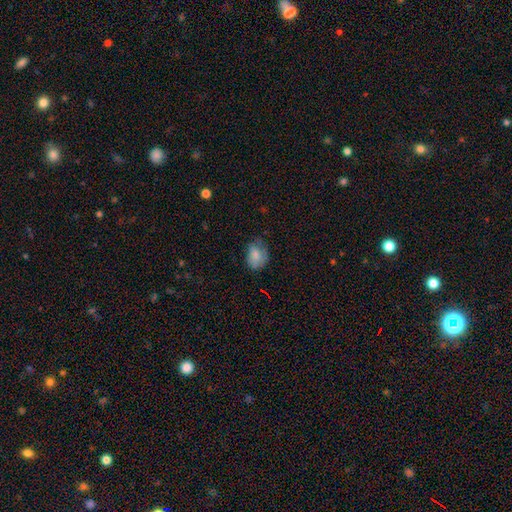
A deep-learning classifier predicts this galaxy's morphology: This appears to be a smooth galaxy with no disk features (77%) that is in between round and cigar-shaped (71%). Merging: none (51%).